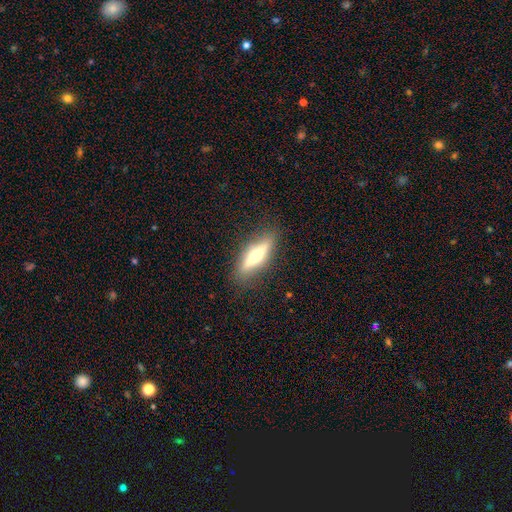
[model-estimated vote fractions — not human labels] smooth_or_featured: featured or disk (p=0.62) [alt: smooth p=0.31]
disk_edge_on: yes (p=0.91) [alt: no p=0.09]
edge_on_bulge: rounded (p=0.89) [alt: none p=0.06]
merging: none (p=0.86) [alt: minor disturbance p=0.10]